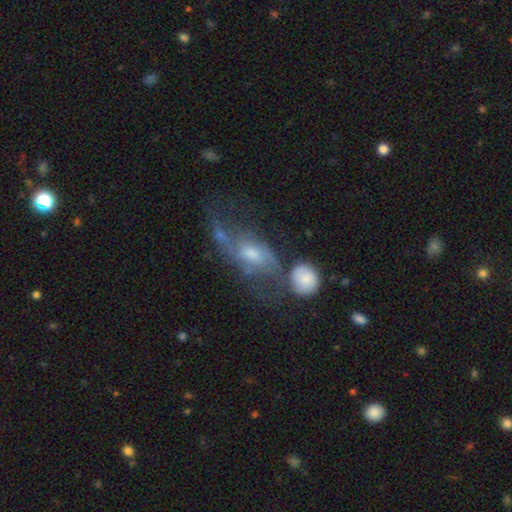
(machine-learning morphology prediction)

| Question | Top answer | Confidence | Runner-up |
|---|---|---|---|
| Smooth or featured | featured or disk | 60% | smooth (28%) |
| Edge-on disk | no | 88% | yes (12%) |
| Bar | no | 62% | weak (31%) |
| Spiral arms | yes | 66% | no (34%) |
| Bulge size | moderate | 53% | small (31%) |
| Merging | major disturbance | 33% | none (26%) |